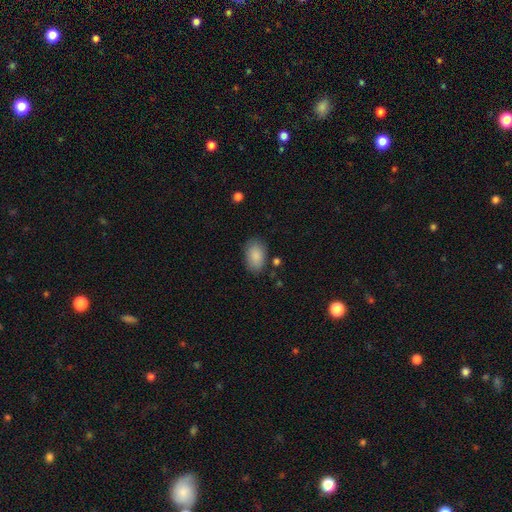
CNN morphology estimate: The model was most divided on "merging": none: 81%, minor disturbance: 13%, major disturbance: 4%, merger: 2%. More confident: how rounded — in between (91%); smooth or featured — smooth (88%).